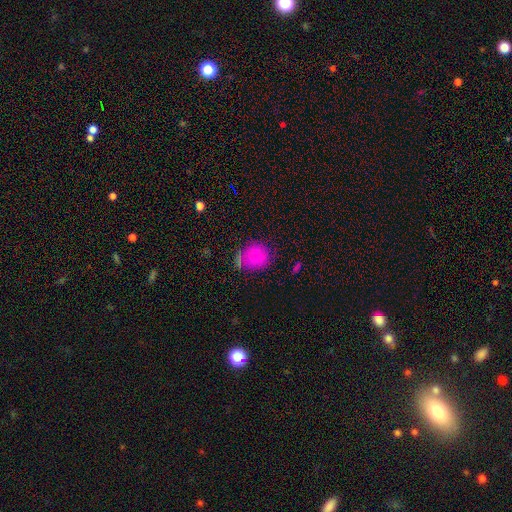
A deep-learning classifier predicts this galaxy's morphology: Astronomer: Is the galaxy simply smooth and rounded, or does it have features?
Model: smooth — 73%.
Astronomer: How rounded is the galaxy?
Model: round — 75%.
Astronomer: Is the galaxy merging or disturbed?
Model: none — 62%.